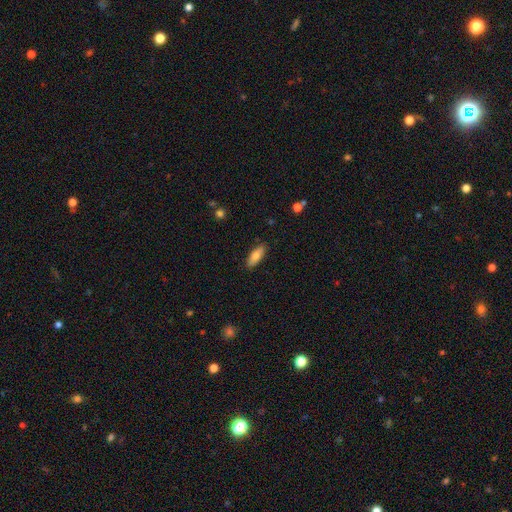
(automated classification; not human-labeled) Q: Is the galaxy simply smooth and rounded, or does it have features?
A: smooth — 80%.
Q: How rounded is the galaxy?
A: in between — 74%.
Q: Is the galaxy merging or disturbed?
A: none — 87%.